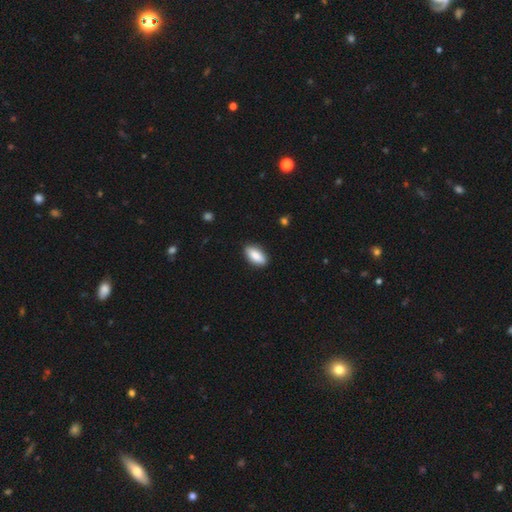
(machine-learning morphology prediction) Smooth or featured? smooth (88%)
How rounded? in between (89%)
Merging? none (87%)